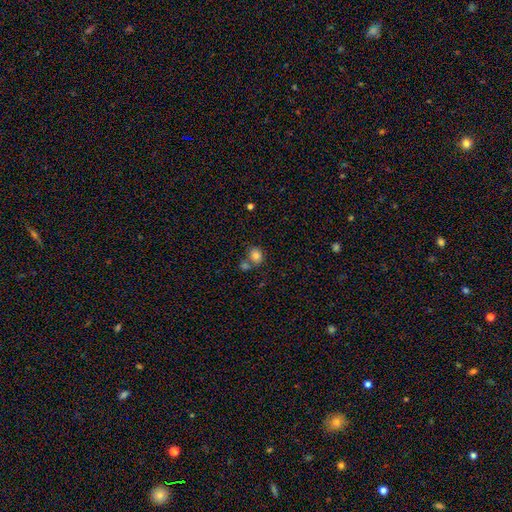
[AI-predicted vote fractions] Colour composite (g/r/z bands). It shows a smooth galaxy with no disk features (81%) that is round (65%). Merging: none (55%).